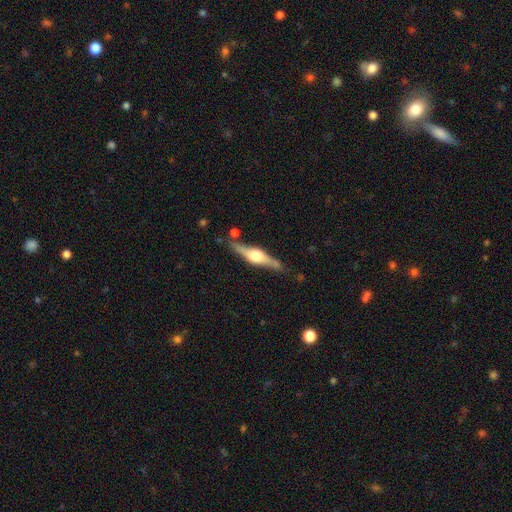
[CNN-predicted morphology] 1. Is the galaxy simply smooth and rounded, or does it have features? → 77% featured or disk, 18% smooth, 5% star or artifact.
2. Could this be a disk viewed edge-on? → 97% yes, 3% no.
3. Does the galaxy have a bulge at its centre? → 91% rounded, 8% boxy, 2% none.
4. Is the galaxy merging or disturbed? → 78% none, 14% minor disturbance, 5% merger, 3% major disturbance.